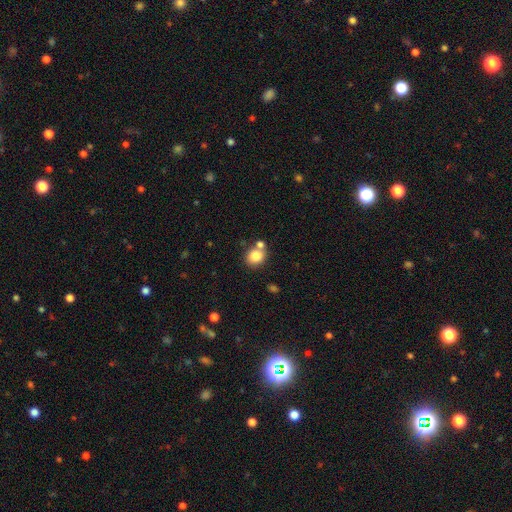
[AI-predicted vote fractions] smooth_or_featured: smooth (p=0.83) [alt: star or artifact p=0.10]
how_rounded: round (p=0.68) [alt: in between p=0.31]
merging: none (p=0.59) [alt: merger p=0.26]